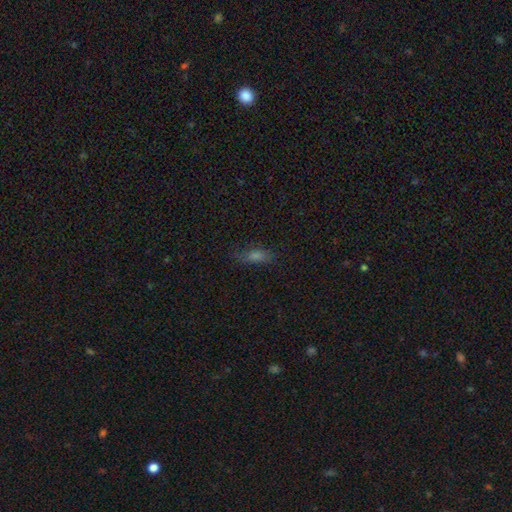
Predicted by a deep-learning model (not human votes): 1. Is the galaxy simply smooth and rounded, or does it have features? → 58% smooth, 21% star or artifact, 21% featured or disk.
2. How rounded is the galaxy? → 53% in between, 42% cigar-shaped, 6% round.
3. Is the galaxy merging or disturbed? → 74% none, 18% minor disturbance, 6% major disturbance, 2% merger.